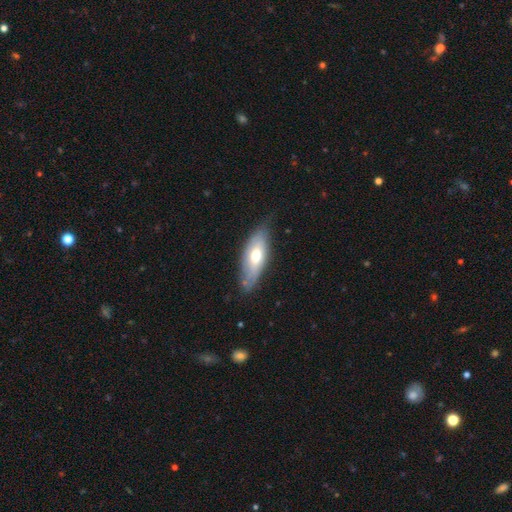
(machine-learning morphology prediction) Overall: smooth (58%; featured or disk 36%). How rounded: in between (73%). Merging: none (71%).